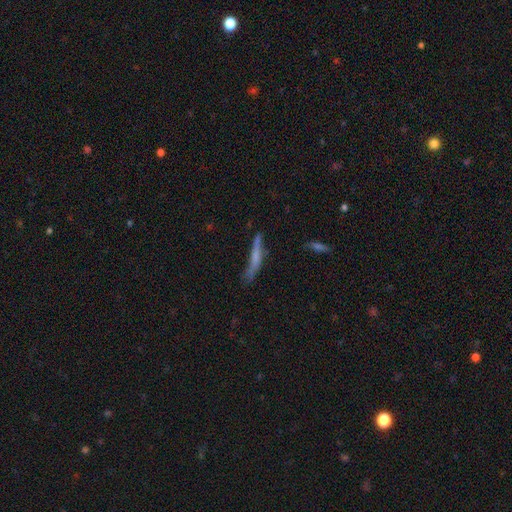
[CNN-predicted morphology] This is possibly a smooth galaxy (51%). How rounded: clearly cigar-shaped (92%). Merging: possibly none (55%).